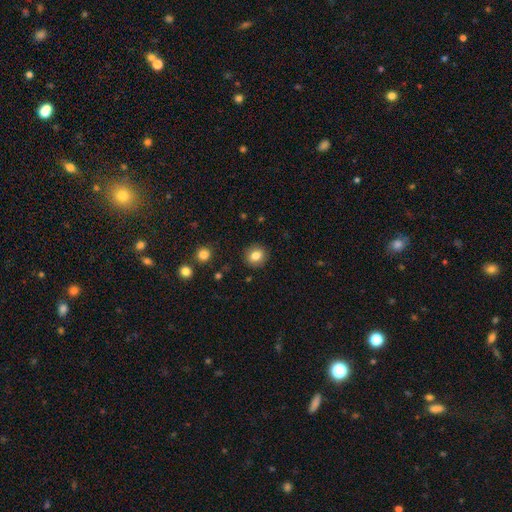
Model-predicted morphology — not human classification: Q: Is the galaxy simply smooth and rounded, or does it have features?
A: smooth — 81%.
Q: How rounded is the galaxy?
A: round — 80%.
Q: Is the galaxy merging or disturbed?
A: none — 89%.